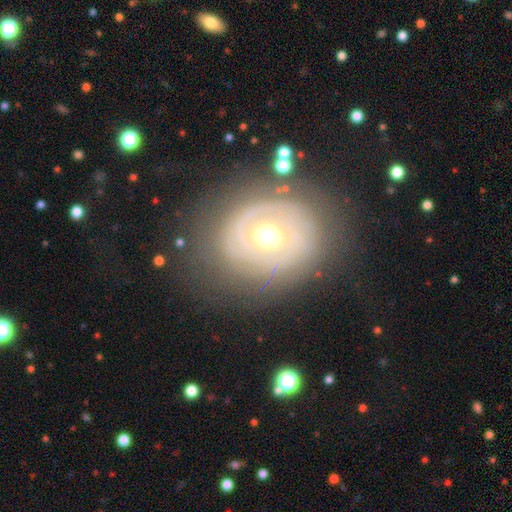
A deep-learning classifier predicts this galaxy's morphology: A featured or disk galaxy (73%) with no bar (73%), spiral arms (51%) and a moderate central bulge (73%).

Vote fractions:
- Smooth or featured? featured or disk: 73% / smooth: 20% / star or artifact: 7%
- Edge-on disk? no: 96% / yes: 4%
- Bar? no: 73% / weak: 19% / strong: 8%
- Spiral arms? yes: 51% / no: 49%
- Bulge size? moderate: 73% / small: 13% / large: 11% / dominant: 1% / none: 1%
- Merging? none: 74% / minor disturbance: 15% / major disturbance: 8% / merger: 2%